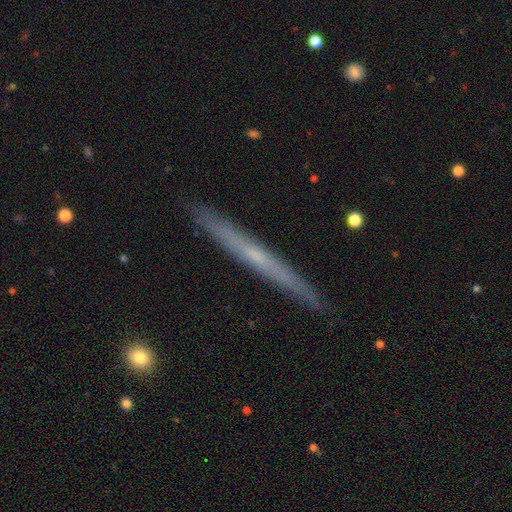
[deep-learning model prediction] Smooth or featured? featured or disk (63%)
Edge-on disk? yes (96%)
Edge-on bulge? none (69%)
Merging? none (91%)